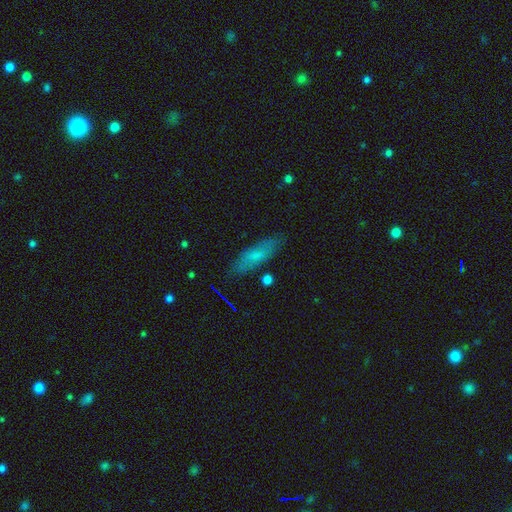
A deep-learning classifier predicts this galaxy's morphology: This is likely a smooth galaxy (67%). How rounded: possibly cigar-shaped (51%). Merging: clearly none (81%).